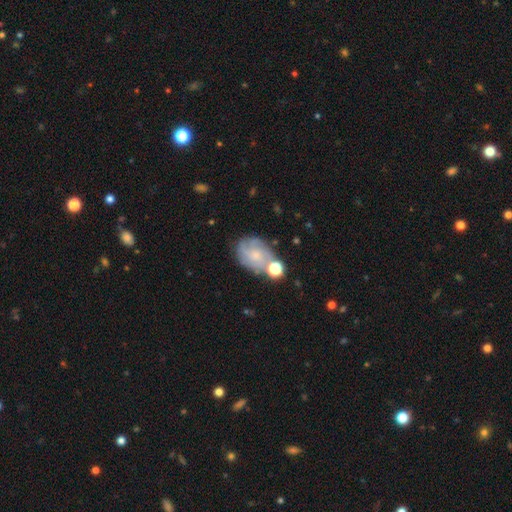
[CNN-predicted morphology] This appears to be a featured or disk galaxy (51%). Merging: none (51%).